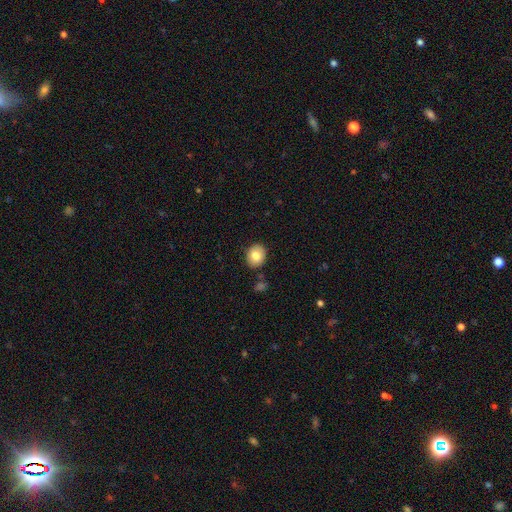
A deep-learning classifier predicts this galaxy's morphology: Smooth or featured: smooth — 80% (featured or disk — 12%)
How rounded: round — 66% (in between — 33%)
Merging: none — 85% (minor disturbance — 10%)